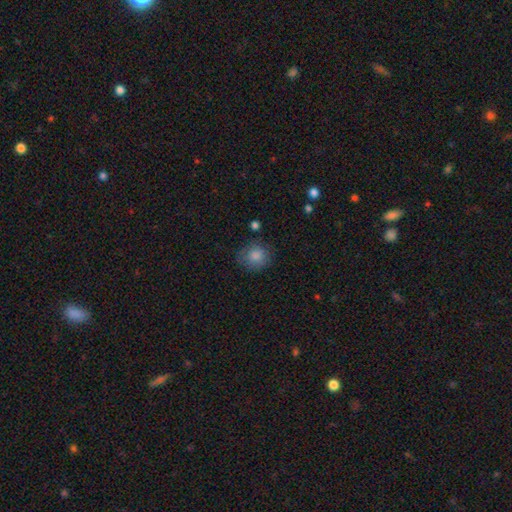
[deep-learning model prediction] Smooth or featured?
  - smooth: 83% *
  - star or artifact: 8%
  - featured or disk: 8%
How rounded?
  - round: 80% *
  - in between: 19%
  - cigar-shaped: 1%
Merging?
  - none: 71% *
  - minor disturbance: 20%
  - major disturbance: 7%
  - merger: 2%